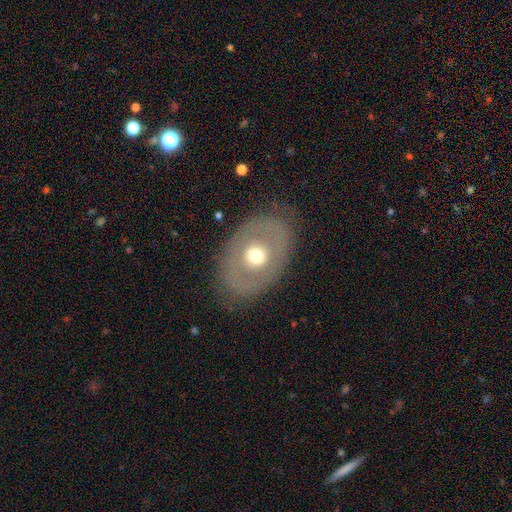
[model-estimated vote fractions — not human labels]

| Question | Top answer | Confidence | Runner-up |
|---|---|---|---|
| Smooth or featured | featured or disk | 47% | smooth (46%) |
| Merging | none | 80% | minor disturbance (12%) |